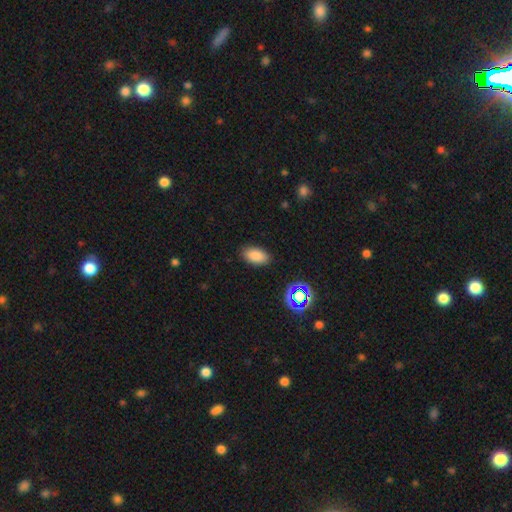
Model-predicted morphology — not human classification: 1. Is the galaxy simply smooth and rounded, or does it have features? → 84% smooth, 11% star or artifact, 5% featured or disk.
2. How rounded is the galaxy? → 93% in between, 5% round, 2% cigar-shaped.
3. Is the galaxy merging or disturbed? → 87% none, 9% minor disturbance, 2% major disturbance, 1% merger.